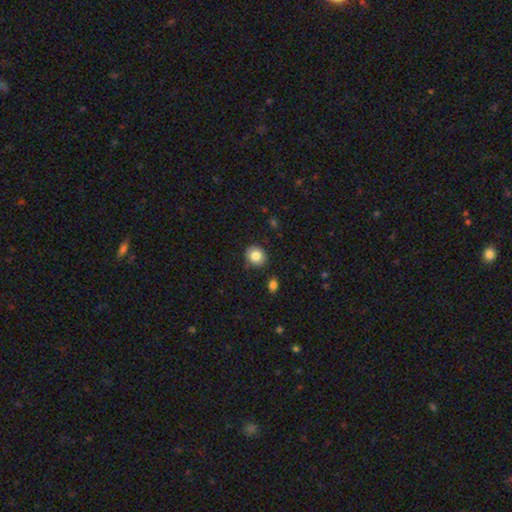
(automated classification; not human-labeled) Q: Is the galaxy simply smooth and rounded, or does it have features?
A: smooth — 85%.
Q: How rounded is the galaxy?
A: round — 77%.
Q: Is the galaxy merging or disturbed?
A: none — 85%.